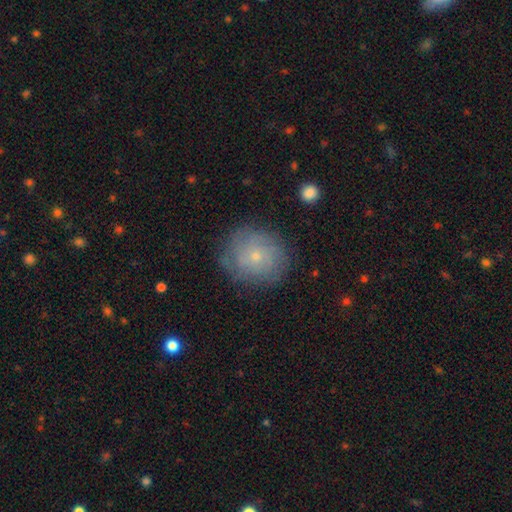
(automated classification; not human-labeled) The model was most divided on "smooth or featured": featured or disk: 49%, smooth: 40%, star or artifact: 11%. More confident: merging — none (80%).